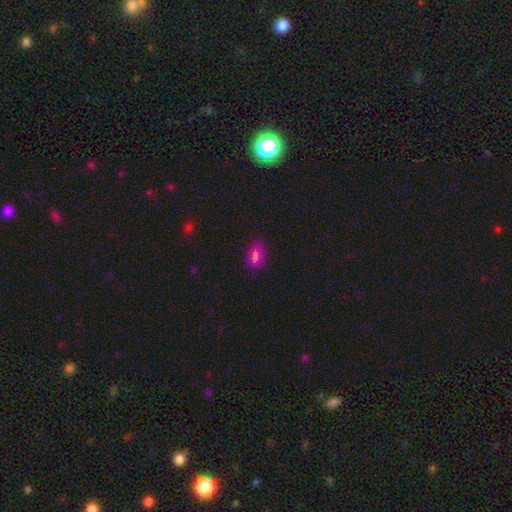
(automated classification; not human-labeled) Q: Smooth or featured?
A: smooth (67%); runner-up: star or artifact (23%)
Q: How rounded?
A: in between (82%); runner-up: round (12%)
Q: Merging?
A: none (82%); runner-up: minor disturbance (12%)